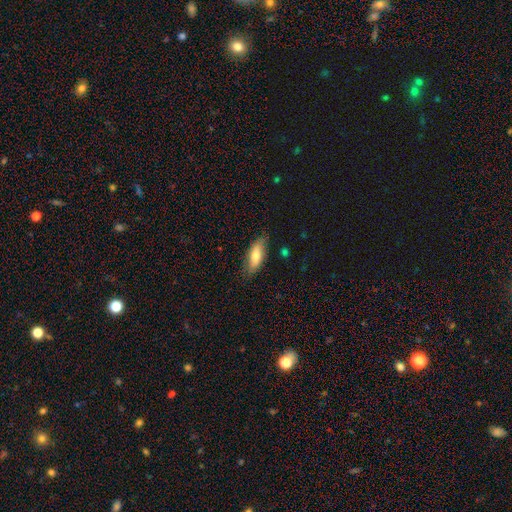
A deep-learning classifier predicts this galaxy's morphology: The model was most divided on "how rounded": in between: 75%, cigar-shaped: 23%, round: 3%. More confident: merging — none (77%); smooth or featured — smooth (73%).